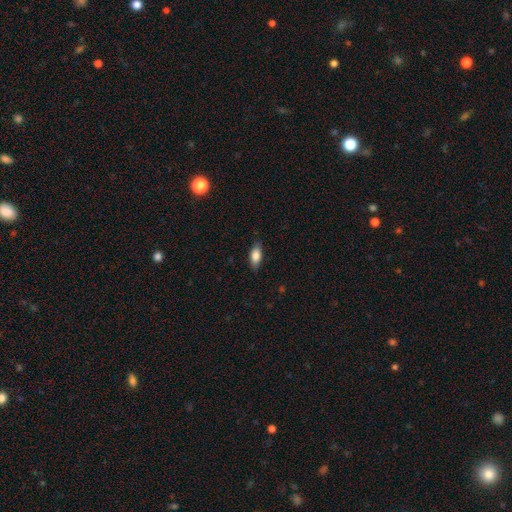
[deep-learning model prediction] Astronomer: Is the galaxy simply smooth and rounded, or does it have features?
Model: smooth — 82%.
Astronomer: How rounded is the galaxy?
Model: in between — 84%.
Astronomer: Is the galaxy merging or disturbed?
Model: none — 85%.